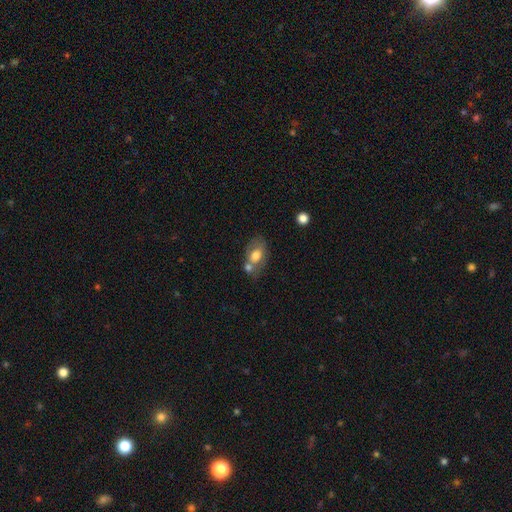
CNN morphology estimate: type=smooth (67%); roundness=in between (84%); merging=none (39%).